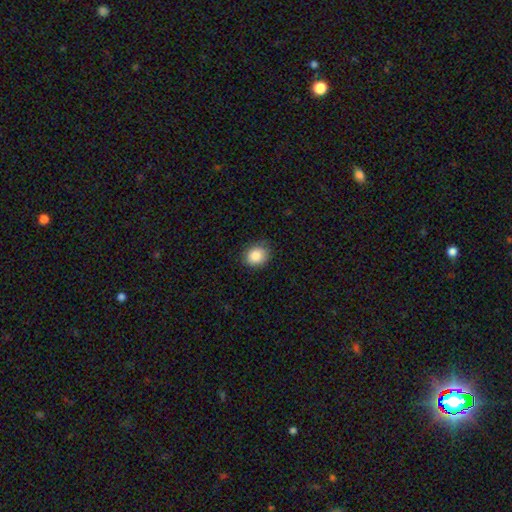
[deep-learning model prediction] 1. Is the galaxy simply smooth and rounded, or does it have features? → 85% smooth, 9% star or artifact, 6% featured or disk.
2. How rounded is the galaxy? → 71% round, 28% in between, 1% cigar-shaped.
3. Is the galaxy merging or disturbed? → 81% none, 15% minor disturbance, 3% major disturbance, 1% merger.